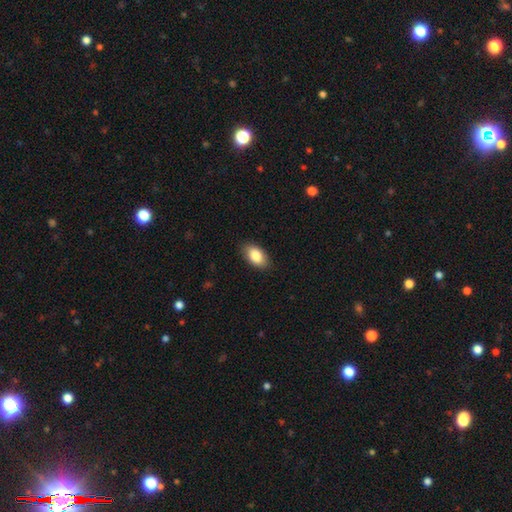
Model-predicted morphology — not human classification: Smooth or featured? smooth (85%)
How rounded? in between (92%)
Merging? none (87%)